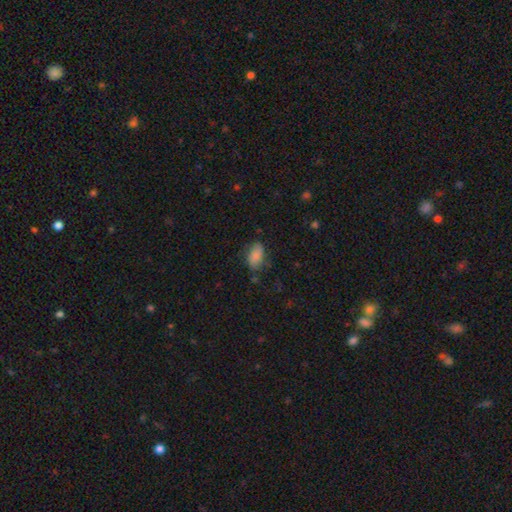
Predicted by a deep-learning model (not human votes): Smooth or featured? Predicted: smooth (p=0.79). How rounded? Predicted: in between (p=0.92). Merging? Predicted: none (p=0.65).